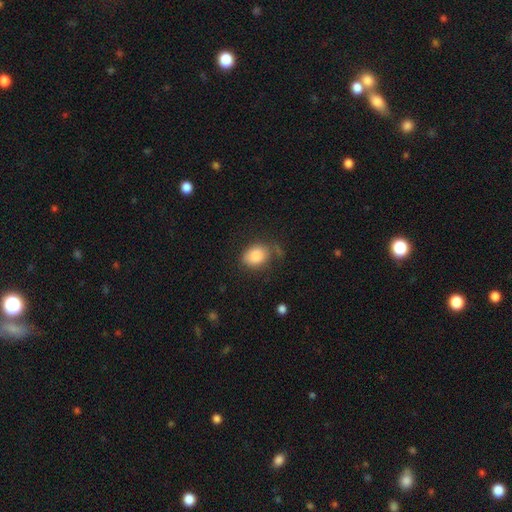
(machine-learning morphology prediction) smooth 86%, star or artifact 8%, featured or disk 6%. Down the decision tree: how rounded — in between (61%); merging — none (60%).